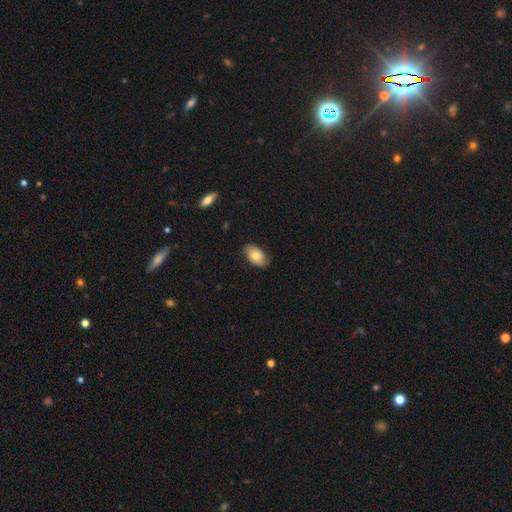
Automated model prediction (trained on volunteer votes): Smooth or featured: smooth — 71% (featured or disk — 22%)
How rounded: in between — 93% (round — 6%)
Merging: none — 82% (minor disturbance — 14%)